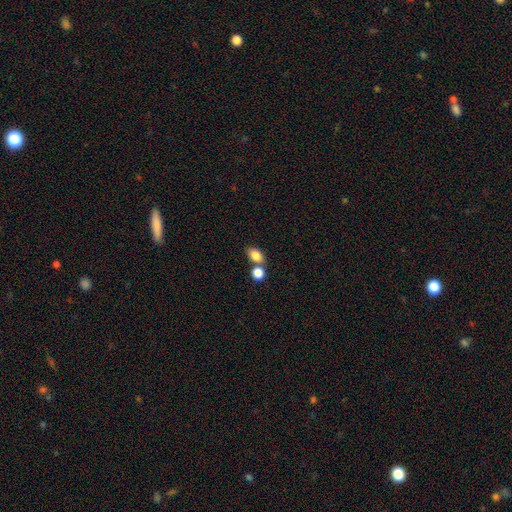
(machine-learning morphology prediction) smooth_or_featured: smooth (p=0.83) [alt: star or artifact p=0.09]
how_rounded: in between (p=0.80) [alt: round p=0.18]
merging: none (p=0.52) [alt: merger p=0.33]